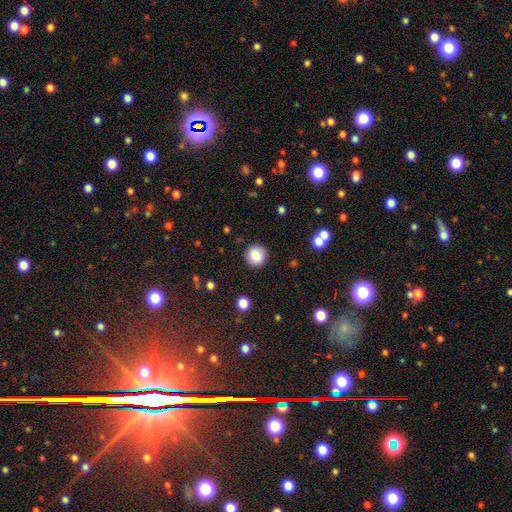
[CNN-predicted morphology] A smooth galaxy with no disk features (86%) that is round (92%).

Vote fractions:
- Smooth or featured? smooth: 86% / star or artifact: 9% / featured or disk: 5%
- How rounded? round: 92% / in between: 7% / cigar-shaped: 1%
- Merging? none: 90% / minor disturbance: 6% / major disturbance: 2% / merger: 1%